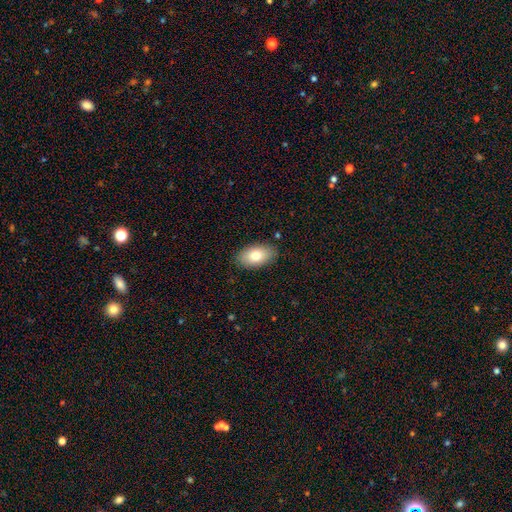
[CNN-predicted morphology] The model was most divided on "smooth or featured": smooth: 77%, featured or disk: 16%, star or artifact: 7%. More confident: how rounded — in between (93%); merging — none (86%).